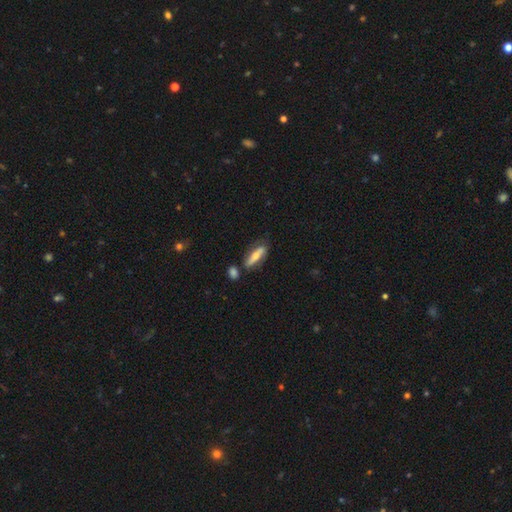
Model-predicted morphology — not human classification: This is possibly a smooth galaxy (50%). How rounded: likely cigar-shaped (60%). Merging: likely none (72%).